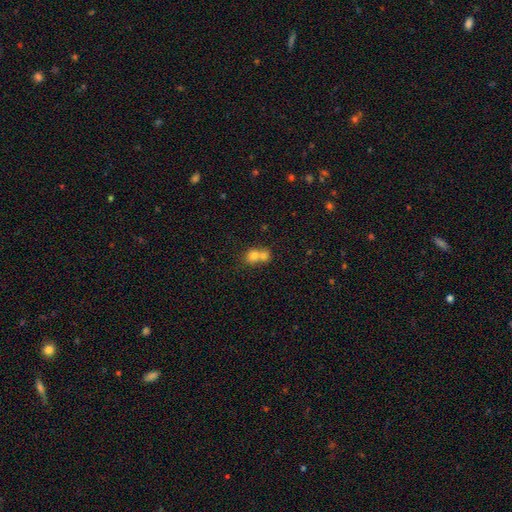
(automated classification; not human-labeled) smooth 76%, featured or disk 13%, star or artifact 11%. Down the decision tree: how rounded — round (74%); merging — merger (63%).